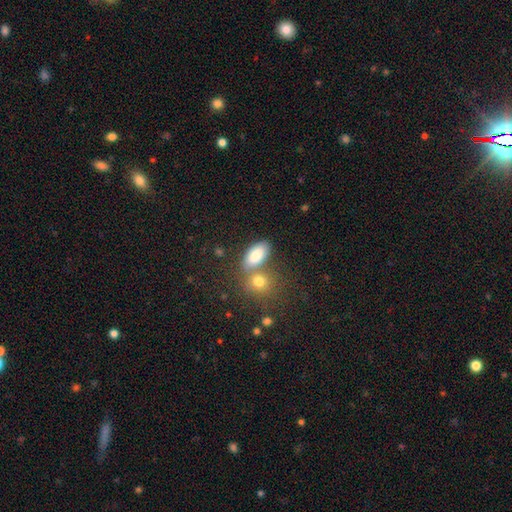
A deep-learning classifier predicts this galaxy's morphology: type=smooth (83%); roundness=in between (89%); merging=none (52%).